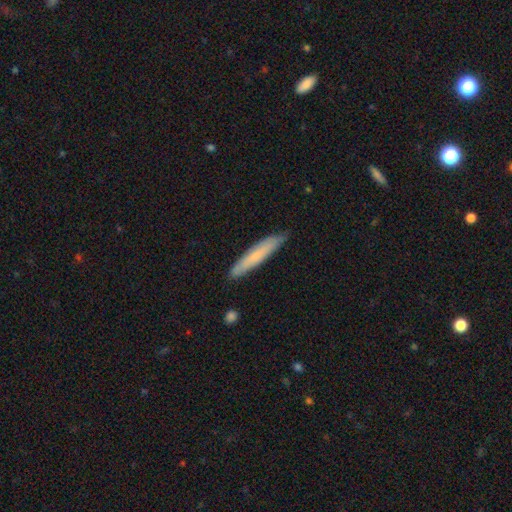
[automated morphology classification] Smooth or featured?
  - smooth: 62% *
  - featured or disk: 32%
  - star or artifact: 6%
How rounded?
  - cigar-shaped: 92% *
  - in between: 6%
  - round: 1%
Merging?
  - none: 87% *
  - minor disturbance: 11%
  - major disturbance: 2%
  - merger: 1%